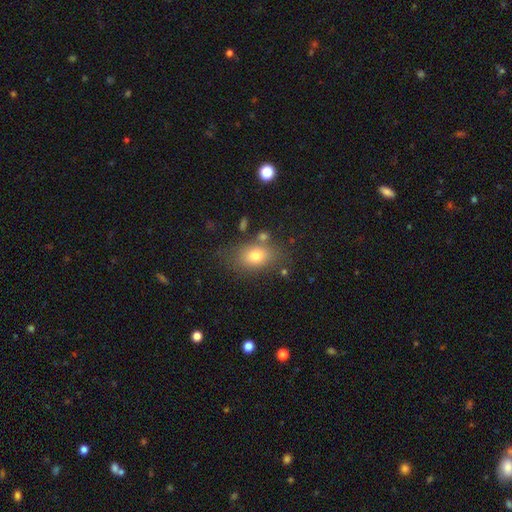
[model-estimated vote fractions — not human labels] Smooth or featured?
  - smooth: 76% *
  - featured or disk: 14%
  - star or artifact: 10%
How rounded?
  - in between: 75% *
  - round: 23%
  - cigar-shaped: 2%
Merging?
  - none: 70% *
  - minor disturbance: 17%
  - merger: 7%
  - major disturbance: 6%